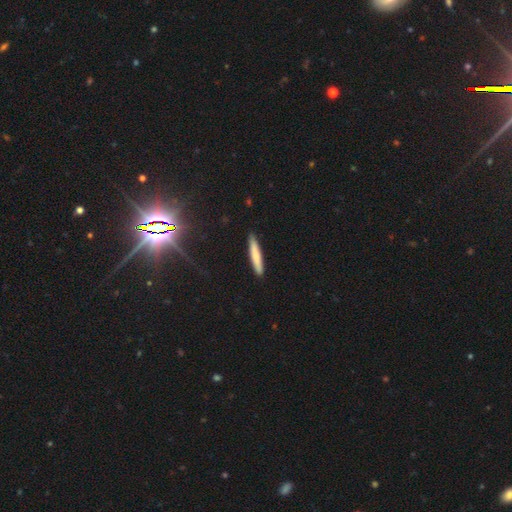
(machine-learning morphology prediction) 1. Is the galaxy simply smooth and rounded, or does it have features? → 74% smooth, 21% featured or disk, 5% star or artifact.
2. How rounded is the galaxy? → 93% cigar-shaped, 6% in between, 1% round.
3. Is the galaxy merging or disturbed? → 90% none, 7% minor disturbance, 1% major disturbance, 1% merger.